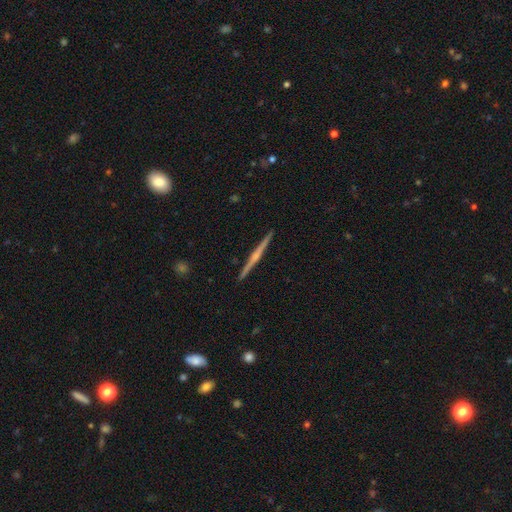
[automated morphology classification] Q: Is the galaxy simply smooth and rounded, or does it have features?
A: featured or disk — 78%.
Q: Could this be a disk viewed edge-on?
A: yes — 99%.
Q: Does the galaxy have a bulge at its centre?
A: rounded — 69%.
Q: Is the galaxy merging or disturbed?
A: none — 93%.